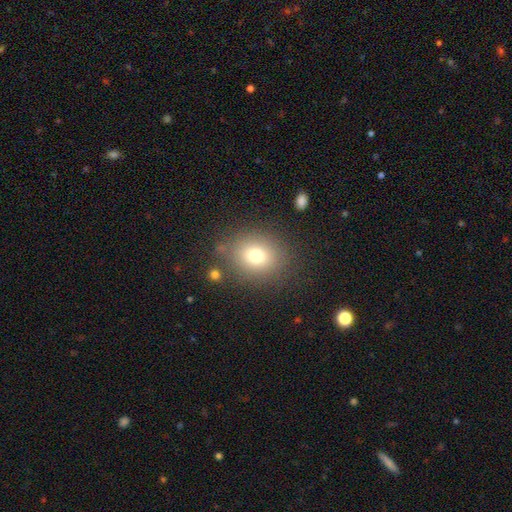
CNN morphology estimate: Smooth or featured? smooth (74%)
How rounded? round (71%)
Merging? none (81%)